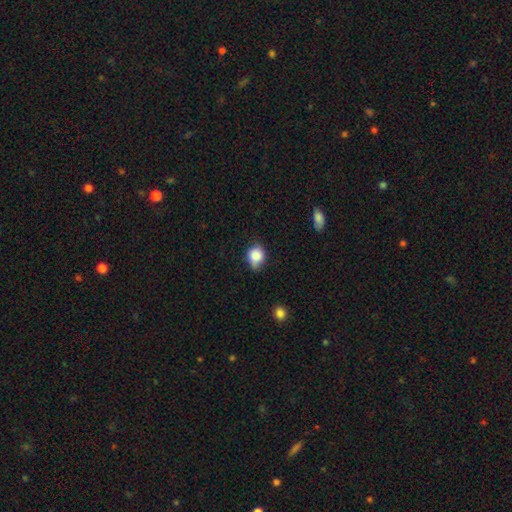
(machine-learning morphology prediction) Q: Smooth or featured?
A: smooth (83%); runner-up: star or artifact (9%)
Q: How rounded?
A: round (61%); runner-up: in between (37%)
Q: Merging?
A: none (51%); runner-up: minor disturbance (39%)